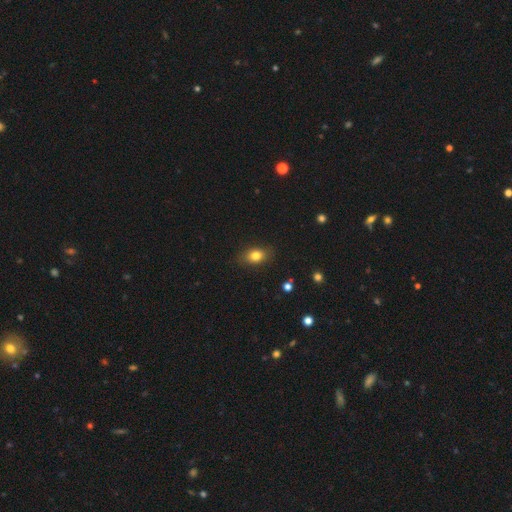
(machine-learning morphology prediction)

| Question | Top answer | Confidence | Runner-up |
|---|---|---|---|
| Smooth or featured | smooth | 80% | star or artifact (10%) |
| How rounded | in between | 76% | round (21%) |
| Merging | none | 84% | minor disturbance (12%) |